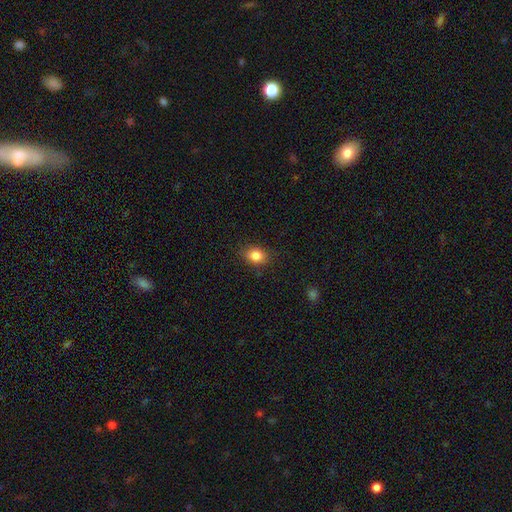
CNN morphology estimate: This is clearly a smooth galaxy (84%). How rounded: possibly in between (59%). Merging: clearly none (85%).